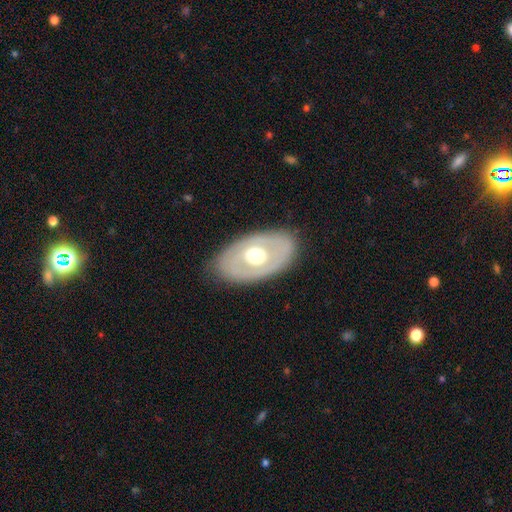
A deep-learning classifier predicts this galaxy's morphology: Smooth or featured? Predicted: featured or disk (p=0.58). Edge-on disk? Predicted: no (p=0.89). Bar? Predicted: no (p=0.87). Spiral arms? Predicted: no (p=0.86). Bulge size? Predicted: moderate (p=0.64). Merging? Predicted: none (p=0.82).